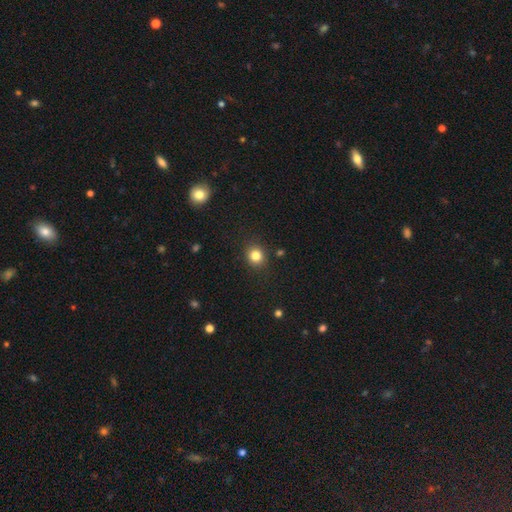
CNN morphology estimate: Smooth or featured? Predicted: smooth (p=0.82). How rounded? Predicted: round (p=0.83). Merging? Predicted: none (p=0.88).